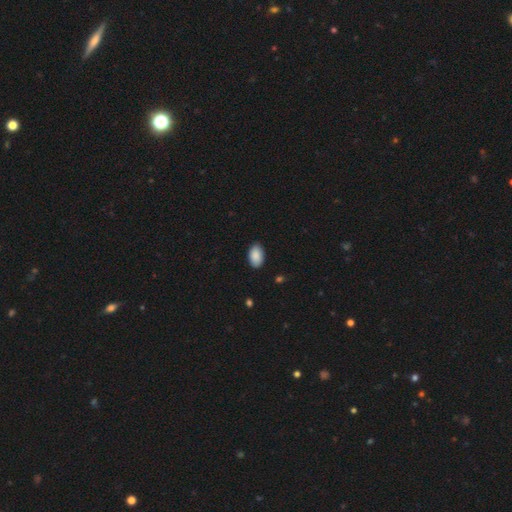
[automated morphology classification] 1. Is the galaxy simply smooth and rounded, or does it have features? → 90% smooth, 6% star or artifact, 4% featured or disk.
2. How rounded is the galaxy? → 93% in between, 5% round, 1% cigar-shaped.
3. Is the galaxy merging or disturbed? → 87% none, 10% minor disturbance, 2% major disturbance, 1% merger.